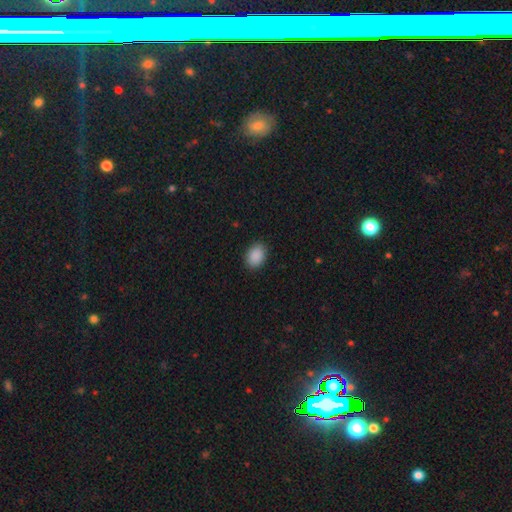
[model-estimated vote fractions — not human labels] A smooth galaxy with no disk features (90%) that is in between round and cigar-shaped (73%). Merging: none (88%).